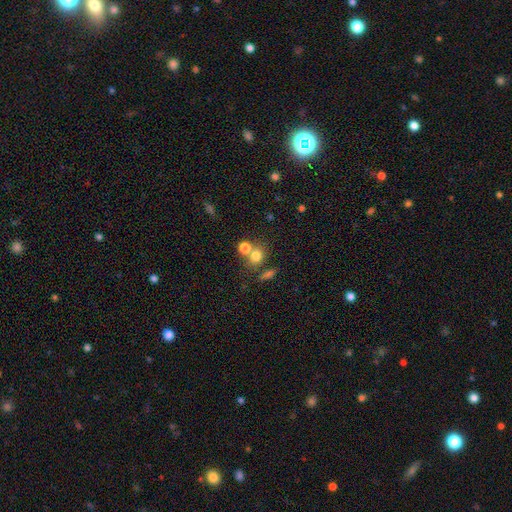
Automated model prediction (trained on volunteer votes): The model was most divided on "merging": none: 52%, merger: 34%, minor disturbance: 9%, major disturbance: 5%. More confident: smooth or featured — smooth (75%); how rounded — round (72%).